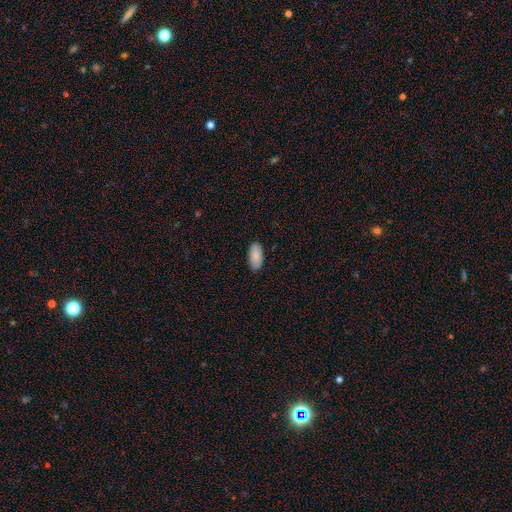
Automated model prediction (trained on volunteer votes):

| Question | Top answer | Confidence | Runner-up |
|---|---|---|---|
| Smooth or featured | smooth | 89% | star or artifact (6%) |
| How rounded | in between | 93% | cigar-shaped (5%) |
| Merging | none | 89% | minor disturbance (9%) |